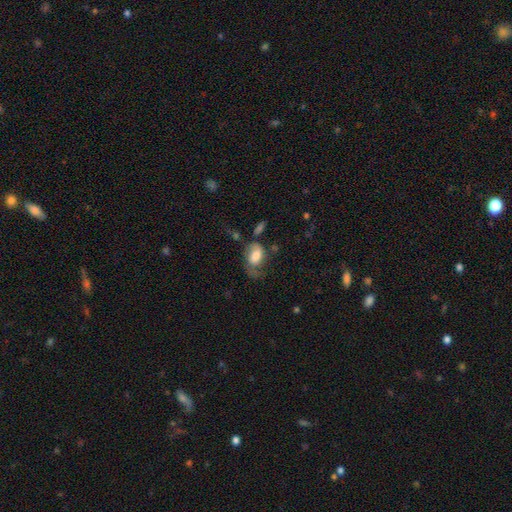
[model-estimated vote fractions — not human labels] This is possibly a smooth galaxy (56%). How rounded: clearly in between (84%). Merging: marginally major disturbance (33%, tied with none).